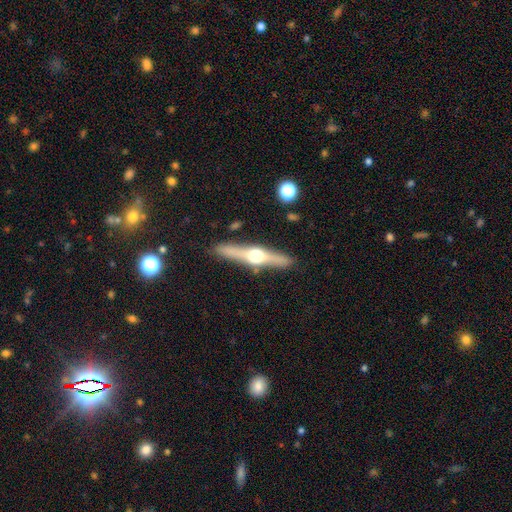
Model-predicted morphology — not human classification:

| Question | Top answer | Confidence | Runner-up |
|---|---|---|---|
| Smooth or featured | featured or disk | 73% | smooth (22%) |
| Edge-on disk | yes | 97% | no (3%) |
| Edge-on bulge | rounded | 96% | boxy (3%) |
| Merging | none | 89% | minor disturbance (8%) |